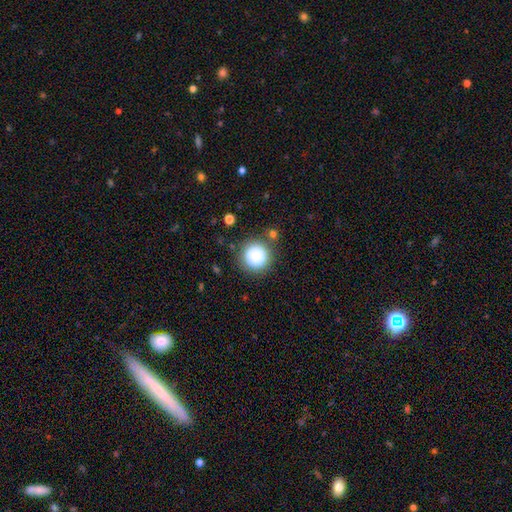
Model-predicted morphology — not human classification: smooth_or_featured: smooth (p=0.83) [alt: star or artifact p=0.10]
how_rounded: round (p=0.95) [alt: in between p=0.04]
merging: none (p=0.84) [alt: minor disturbance p=0.09]